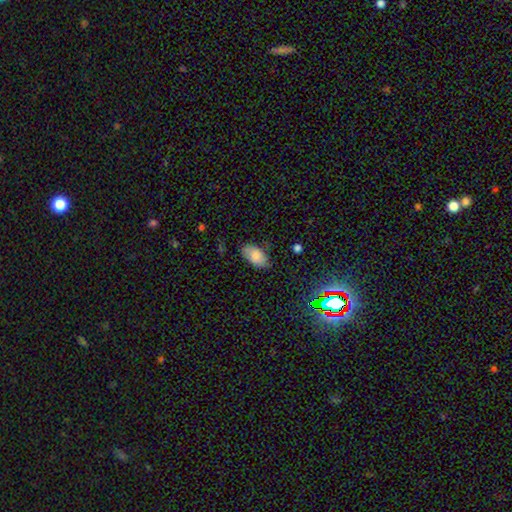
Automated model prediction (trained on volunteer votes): This appears to be a smooth galaxy with no disk features (82%) that is in between round and cigar-shaped (94%). Merging: none (72%).